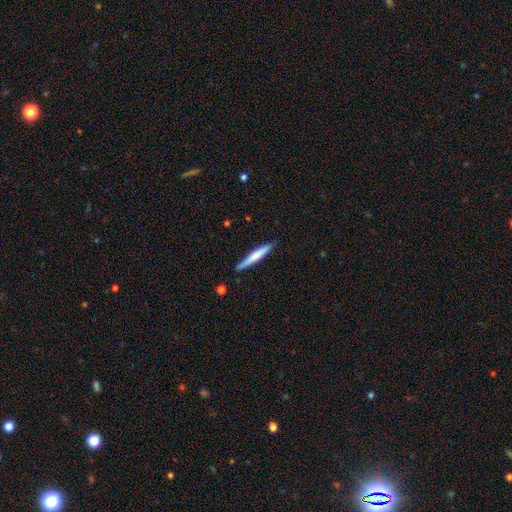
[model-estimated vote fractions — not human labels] This appears to be a smooth galaxy with no disk features (65%) that is cigar-shaped (94%). Merging: none (85%).